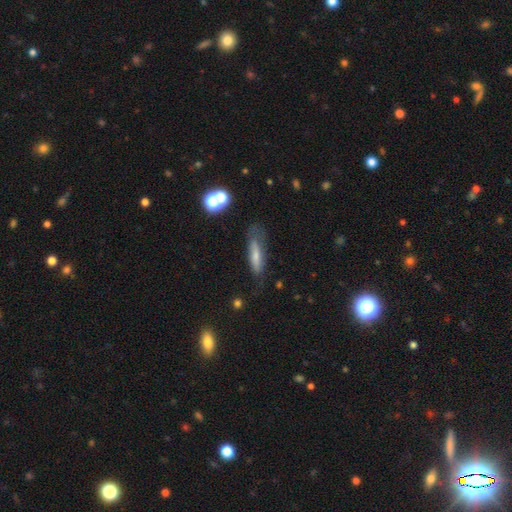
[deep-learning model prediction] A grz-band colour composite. It shows a smooth galaxy with no disk features (56%) that is cigar-shaped (66%). Merging: none (56%).